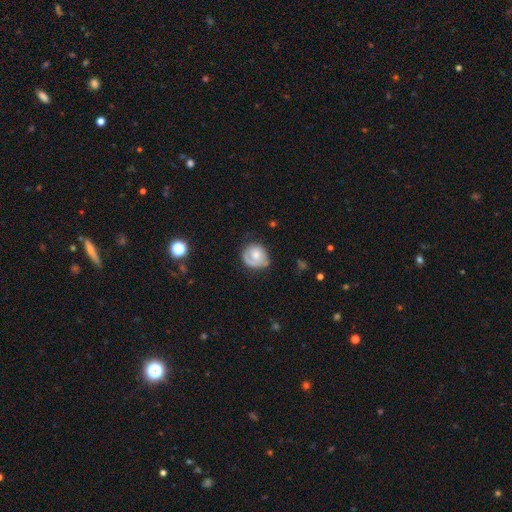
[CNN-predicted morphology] The model was most divided on "smooth or featured": smooth: 48%, featured or disk: 45%, star or artifact: 7%. More confident: merging — none (59%).